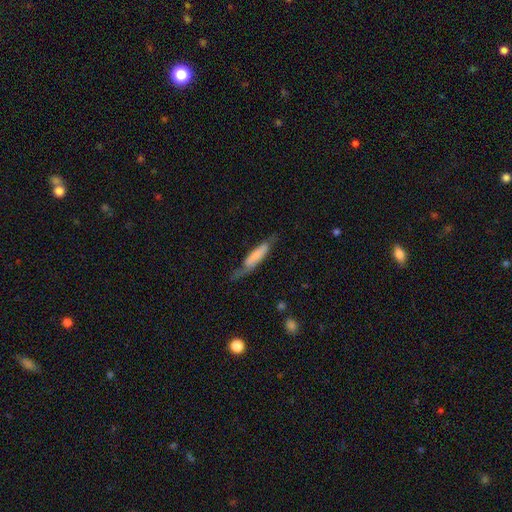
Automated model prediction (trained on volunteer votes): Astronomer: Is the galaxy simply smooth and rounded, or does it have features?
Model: smooth — 57% (runner-up: featured or disk, 37%).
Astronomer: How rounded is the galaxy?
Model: cigar-shaped — 75%.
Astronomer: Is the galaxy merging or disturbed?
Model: none — 52% (runner-up: minor disturbance, 29%).